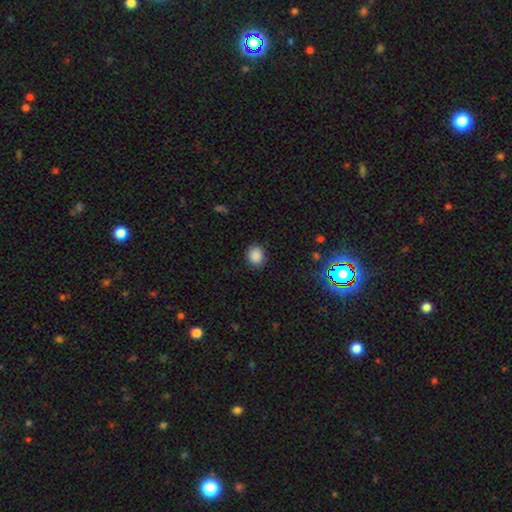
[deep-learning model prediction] Smooth or featured: smooth — 87% (star or artifact — 10%)
How rounded: round — 72% (in between — 27%)
Merging: none — 87% (minor disturbance — 9%)